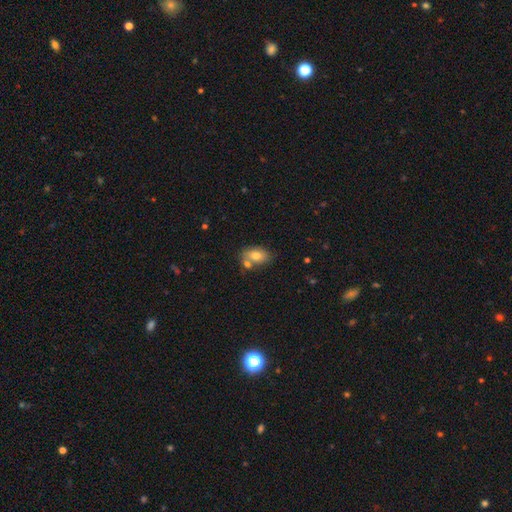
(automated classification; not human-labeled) The model was most divided on "merging": none: 58%, merger: 23%, minor disturbance: 15%, major disturbance: 4%. More confident: how rounded — in between (84%); smooth or featured — smooth (77%).